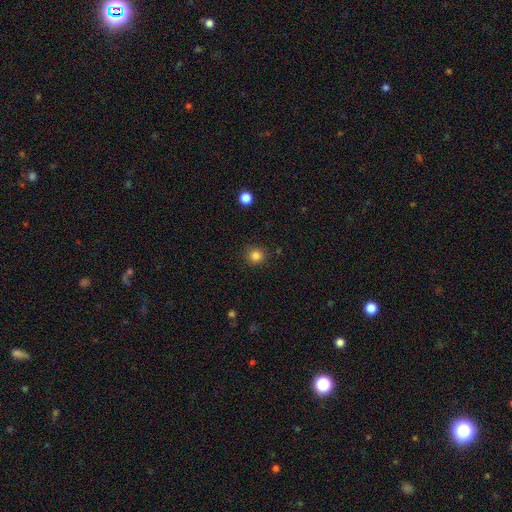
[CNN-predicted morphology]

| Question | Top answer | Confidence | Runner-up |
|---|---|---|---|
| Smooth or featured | smooth | 83% | star or artifact (13%) |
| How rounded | round | 93% | in between (6%) |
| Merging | none | 89% | minor disturbance (8%) |